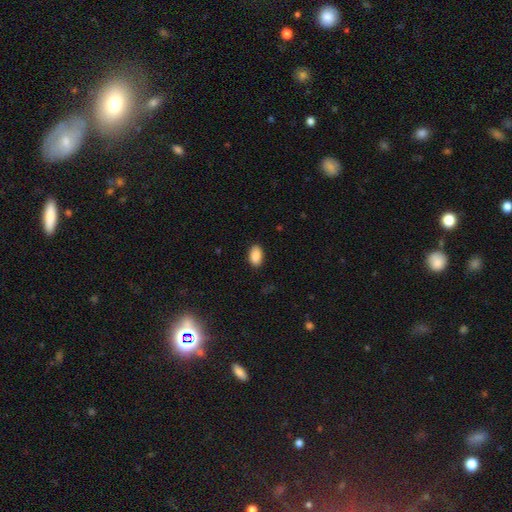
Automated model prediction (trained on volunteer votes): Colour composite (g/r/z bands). It shows a smooth galaxy with no disk features (88%) that is in between round and cigar-shaped (91%). Merging: none (88%).